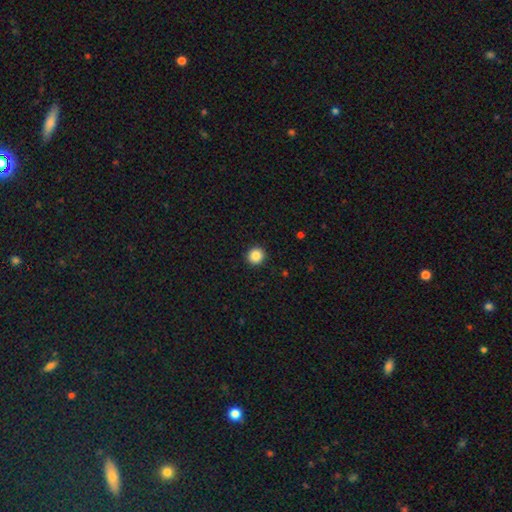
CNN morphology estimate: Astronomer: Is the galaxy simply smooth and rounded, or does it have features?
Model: smooth — 87%.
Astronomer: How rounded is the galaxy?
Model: round — 94%.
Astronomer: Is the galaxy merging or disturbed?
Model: none — 93%.